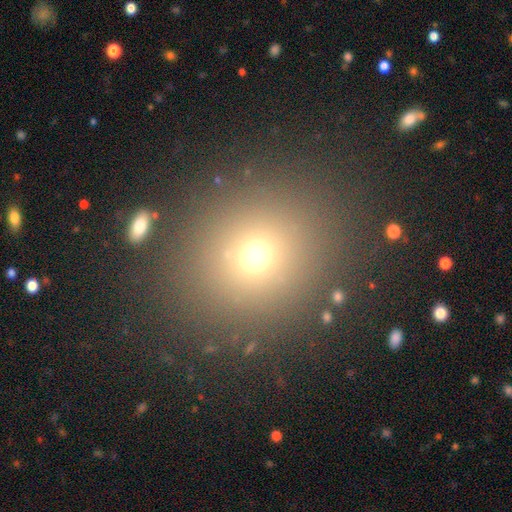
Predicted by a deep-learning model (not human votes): Smooth or featured? smooth (66%)
How rounded? round (84%)
Merging? none (86%)